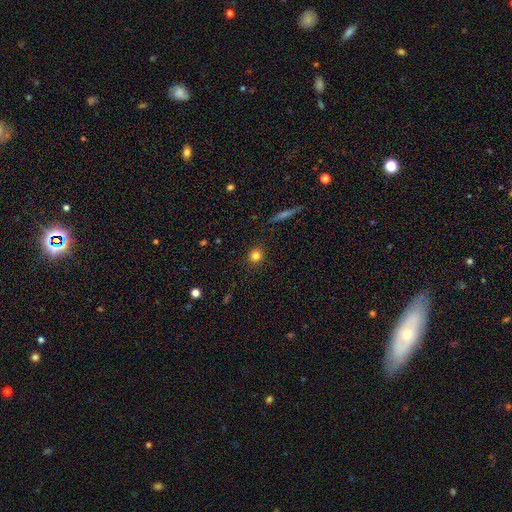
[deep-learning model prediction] This is clearly a smooth galaxy (80%). How rounded: clearly round (89%). Merging: clearly none (91%).